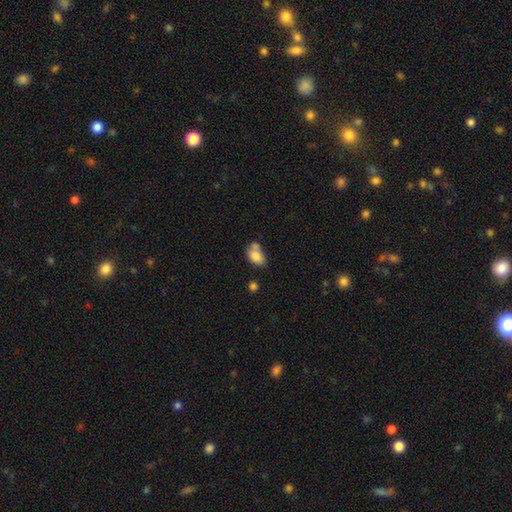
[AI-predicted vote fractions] Smooth or featured: smooth — 78% (featured or disk — 14%)
How rounded: in between — 85% (round — 13%)
Merging: merger — 36% (tied with none — 36%)